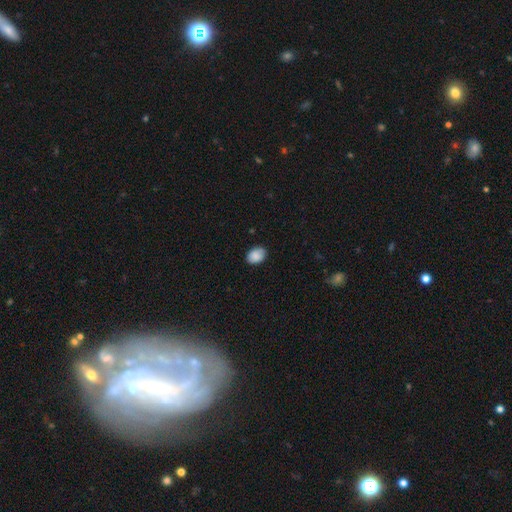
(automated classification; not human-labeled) This appears to be a smooth galaxy with no disk features (87%) that is in between round and cigar-shaped (79%). Merging: none (81%).